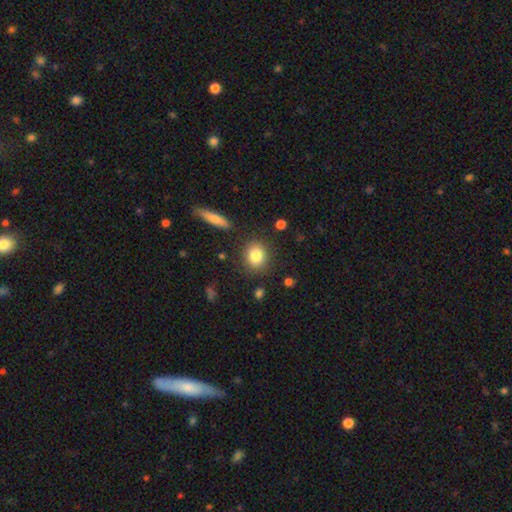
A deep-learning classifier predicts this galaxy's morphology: This appears to be a smooth galaxy with no disk features (84%) that is round (72%). Merging: none (85%).